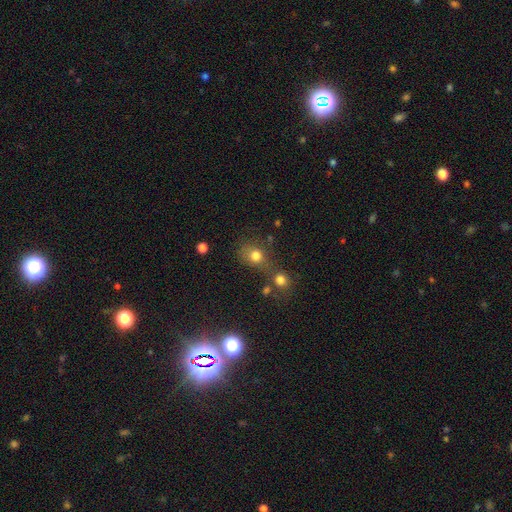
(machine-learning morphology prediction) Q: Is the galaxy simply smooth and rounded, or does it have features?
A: smooth — 76%.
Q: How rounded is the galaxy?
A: round — 71%.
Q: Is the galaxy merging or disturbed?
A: none — 48%.